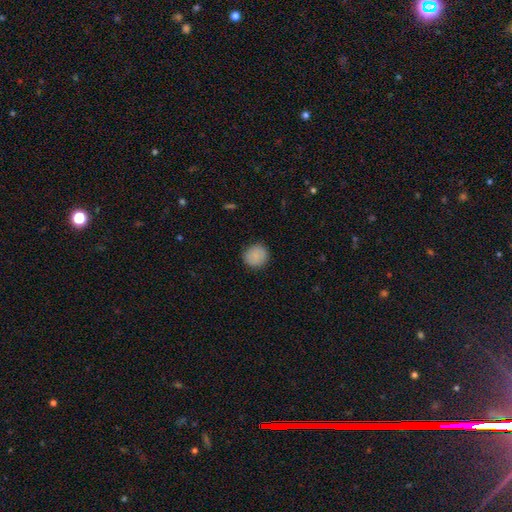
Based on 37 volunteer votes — Smooth or featured? smooth (86%)
How rounded? round (91%)
Merging? none (94%)